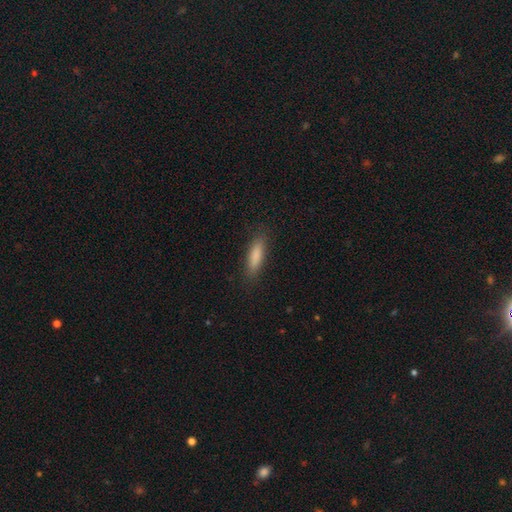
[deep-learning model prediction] smooth-or-featured: smooth: 85% | featured or disk: 8% | star or artifact: 7%
  how-rounded: cigar-shaped: 59% | in between: 39% | round: 2%
  merging: none: 87% | minor disturbance: 10% | major disturbance: 3% | merger: 1%